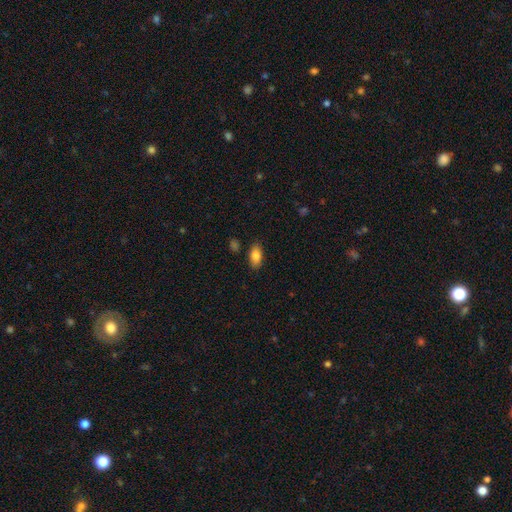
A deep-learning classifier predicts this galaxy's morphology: smooth 84%, featured or disk 8%, star or artifact 8%. Down the decision tree: how rounded — in between (90%); merging — none (85%).